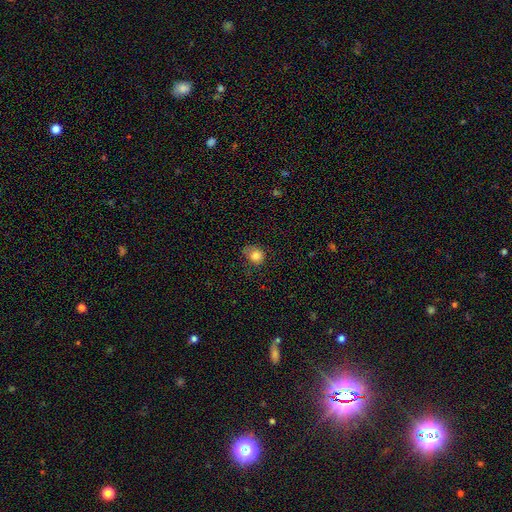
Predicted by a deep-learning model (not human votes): Overall: smooth (82%). How rounded: round (65%; in between 34%). Merging: none (60%; minor disturbance 29%).